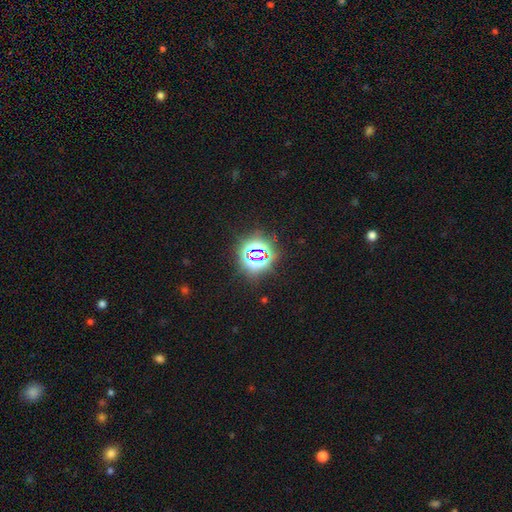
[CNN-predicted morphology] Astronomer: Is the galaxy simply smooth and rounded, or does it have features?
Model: star or artifact — 75%.